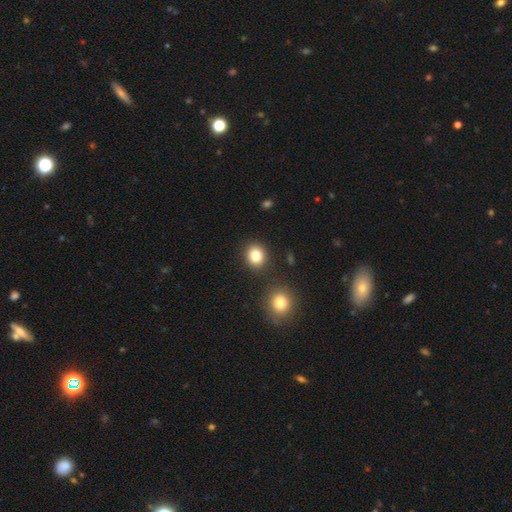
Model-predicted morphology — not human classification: smooth_or_featured: smooth (p=0.84) [alt: star or artifact p=0.10]
how_rounded: round (p=0.72) [alt: in between p=0.27]
merging: none (p=0.84) [alt: minor disturbance p=0.08]